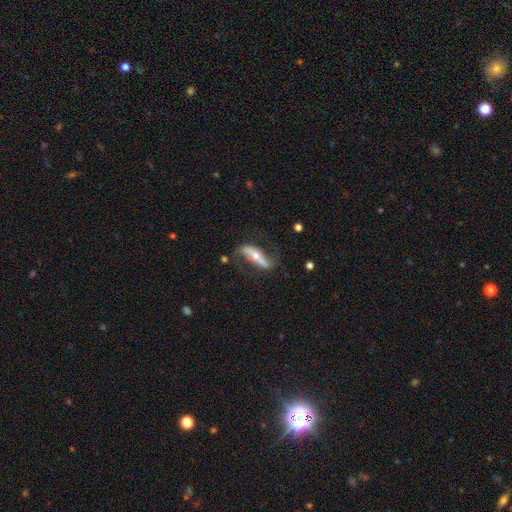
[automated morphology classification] smooth-or-featured: featured or disk: 71% | smooth: 24% | star or artifact: 6%
  disk-edge-on: no: 67% | yes: 33%
  merging: none: 61% | minor disturbance: 20% | major disturbance: 13% | merger: 5%